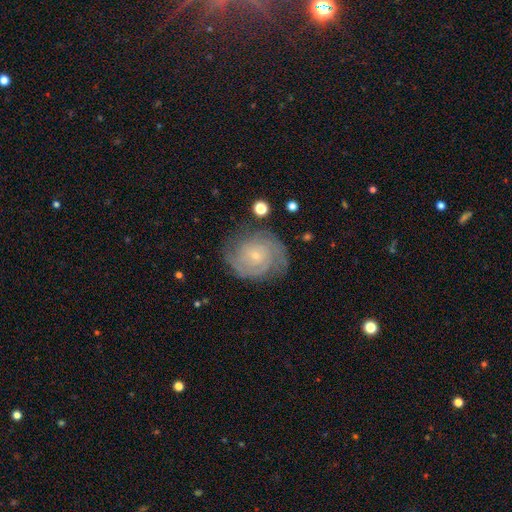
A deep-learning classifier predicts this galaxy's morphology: featured or disk 83%, smooth 11%, star or artifact 6%. Down the decision tree: edge-on disk — no (98%); bar — no (76%); spiral arms — yes (96%); spiral arm count — 2 (33%); spiral winding — tight (70%); bulge size — small (83%); merging — none (75%).